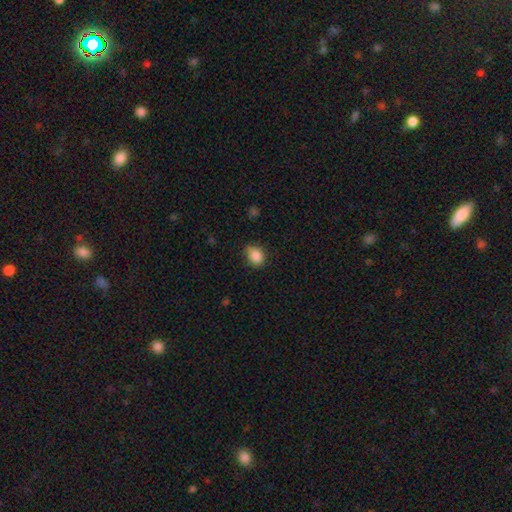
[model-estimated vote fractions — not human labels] This is clearly a smooth galaxy (86%). How rounded: possibly round (51%). Merging: likely none (65%).